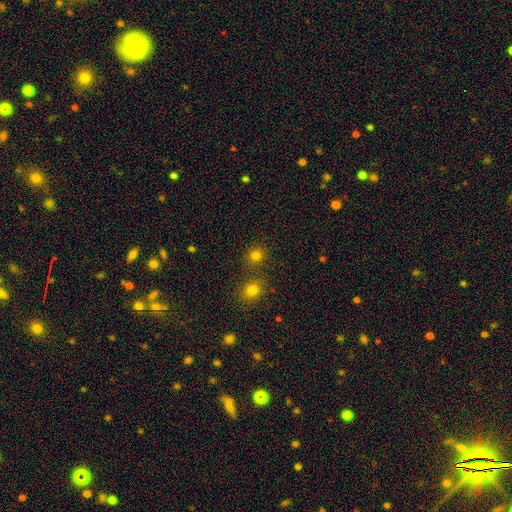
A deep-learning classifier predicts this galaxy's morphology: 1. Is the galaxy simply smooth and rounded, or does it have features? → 78% smooth, 17% star or artifact, 5% featured or disk.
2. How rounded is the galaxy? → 88% round, 11% in between, 1% cigar-shaped.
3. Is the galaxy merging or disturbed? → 76% none, 15% merger, 7% minor disturbance, 3% major disturbance.